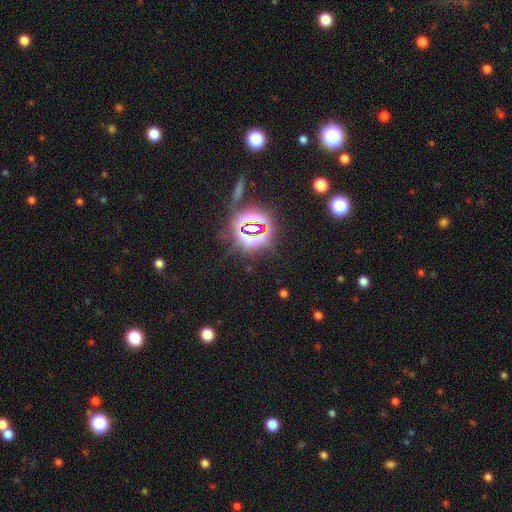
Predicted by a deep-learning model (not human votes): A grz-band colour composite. It shows a star or artifact, not a galaxy (81%).